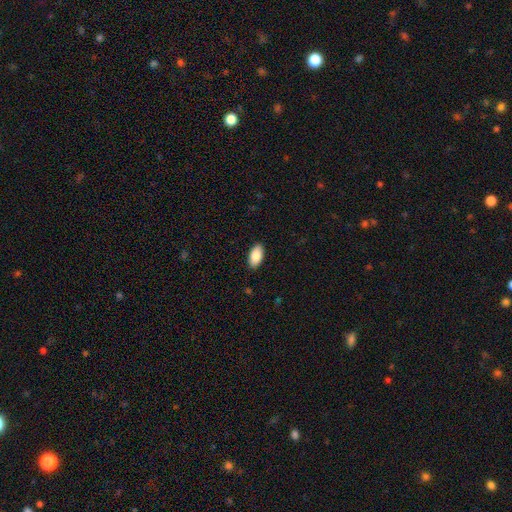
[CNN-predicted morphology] This appears to be a smooth galaxy with no disk features (87%) that is in between round and cigar-shaped (94%). Merging: none (89%).